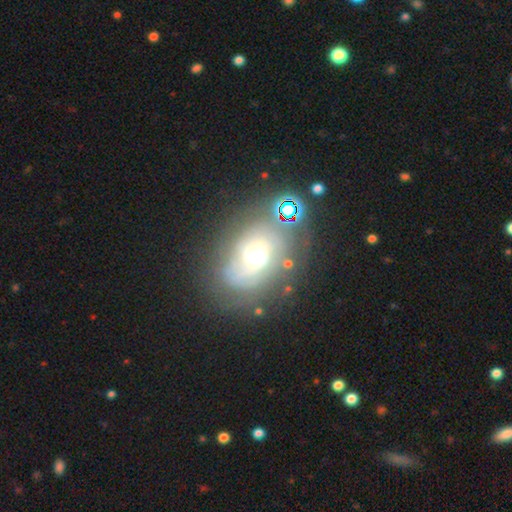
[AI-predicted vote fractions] Smooth or featured?
  - featured or disk: 62% *
  - smooth: 25%
  - star or artifact: 14%
Edge-on disk?
  - no: 94% *
  - yes: 6%
Bar?
  - no: 78% *
  - weak: 16%
  - strong: 6%
Spiral arms?
  - yes: 64% *
  - no: 36%
Bulge size?
  - moderate: 66% *
  - large: 17%
  - small: 12%
  - dominant: 2%
  - none: 1%
Merging?
  - none: 65% *
  - minor disturbance: 19%
  - major disturbance: 10%
  - merger: 6%